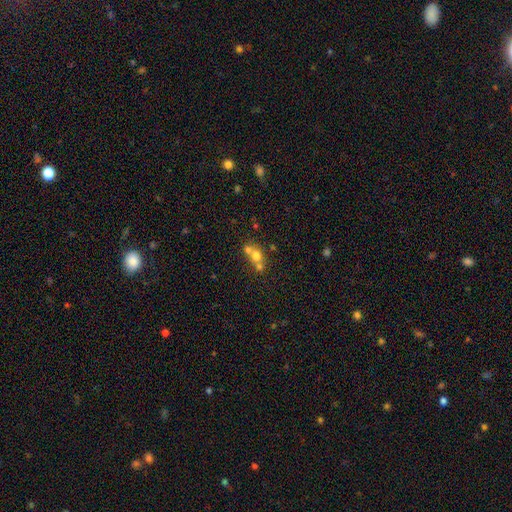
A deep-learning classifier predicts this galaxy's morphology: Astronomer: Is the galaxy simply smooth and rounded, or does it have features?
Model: smooth — 61%.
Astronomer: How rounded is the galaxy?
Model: round — 74%.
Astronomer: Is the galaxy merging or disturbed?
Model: merger — 57% (runner-up: none, 33%).